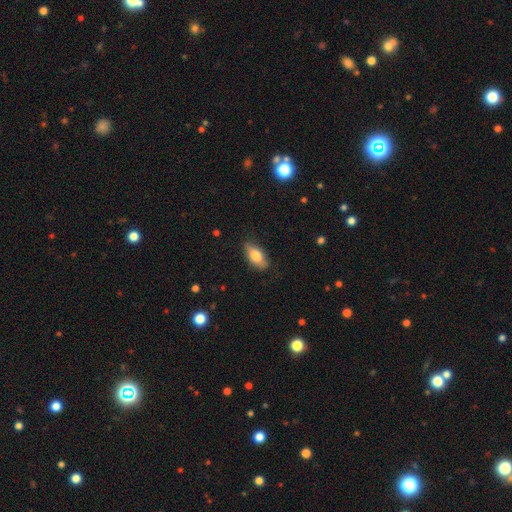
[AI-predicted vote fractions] This is likely a smooth galaxy (74%). How rounded: clearly in between (85%). Merging: likely none (78%).